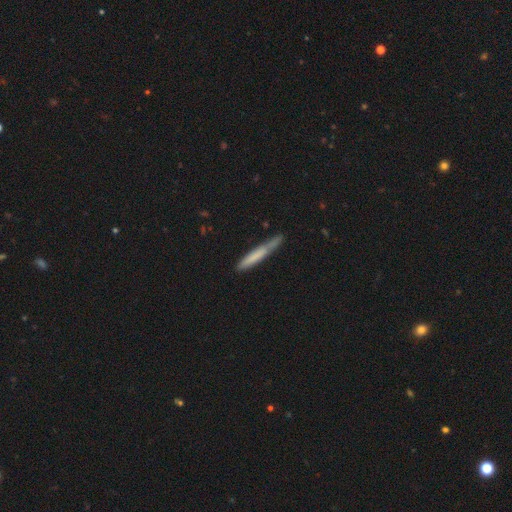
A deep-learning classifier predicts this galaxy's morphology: A smooth galaxy with no disk features (68%) that is cigar-shaped (95%).

Vote fractions:
- Smooth or featured? smooth: 68% / featured or disk: 26% / star or artifact: 6%
- How rounded? cigar-shaped: 95% / in between: 3% / round: 1%
- Merging? none: 70% / minor disturbance: 22% / major disturbance: 4% / merger: 4%